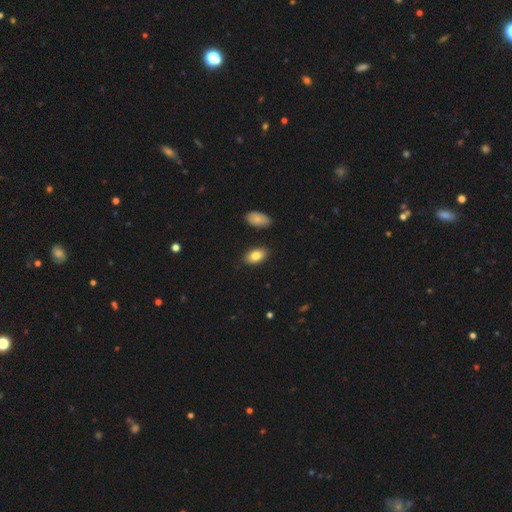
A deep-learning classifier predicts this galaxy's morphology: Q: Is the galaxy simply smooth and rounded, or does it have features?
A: smooth — 83%.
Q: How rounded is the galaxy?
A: in between — 92%.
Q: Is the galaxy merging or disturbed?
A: none — 86%.